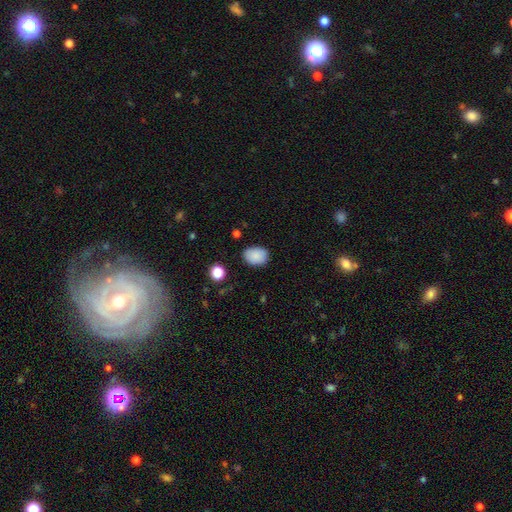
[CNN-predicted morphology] type=smooth (88%); roundness=in between (71%); merging=none (83%).